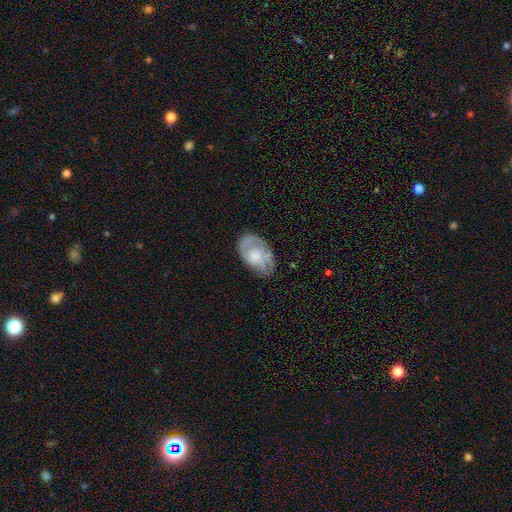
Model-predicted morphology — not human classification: This is possibly a featured or disk galaxy (49%). Merging: likely none (64%).